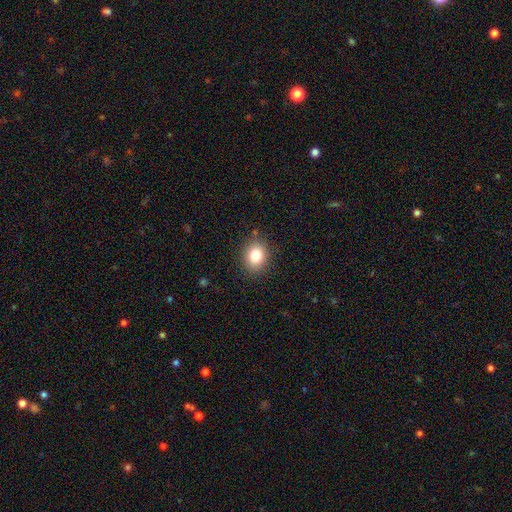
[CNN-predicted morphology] smooth-or-featured: smooth: 82% | star or artifact: 11% | featured or disk: 8%
  how-rounded: round: 55% | in between: 44% | cigar-shaped: 1%
  merging: none: 87% | minor disturbance: 9% | major disturbance: 3% | merger: 1%